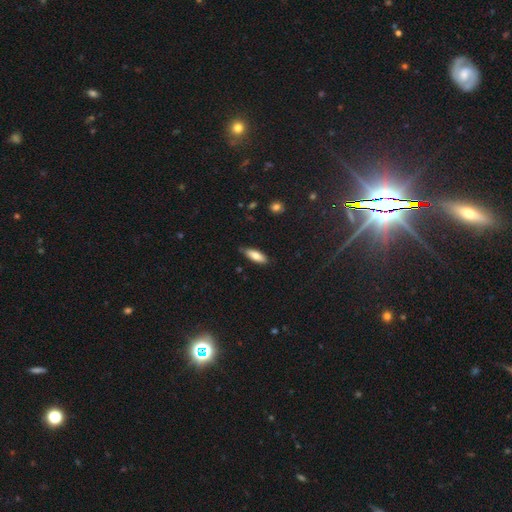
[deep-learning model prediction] This is likely a smooth galaxy (79%). How rounded: possibly in between (59%). Merging: clearly none (81%).